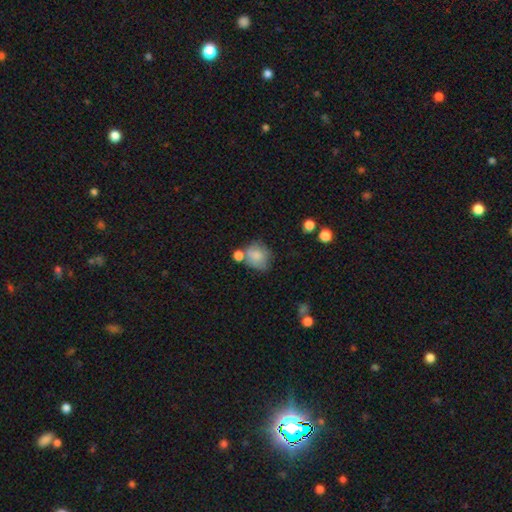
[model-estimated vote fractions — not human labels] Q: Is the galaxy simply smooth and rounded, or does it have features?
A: smooth — 75%.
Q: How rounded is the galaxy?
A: round — 66%.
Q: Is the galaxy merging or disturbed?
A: none — 43%.